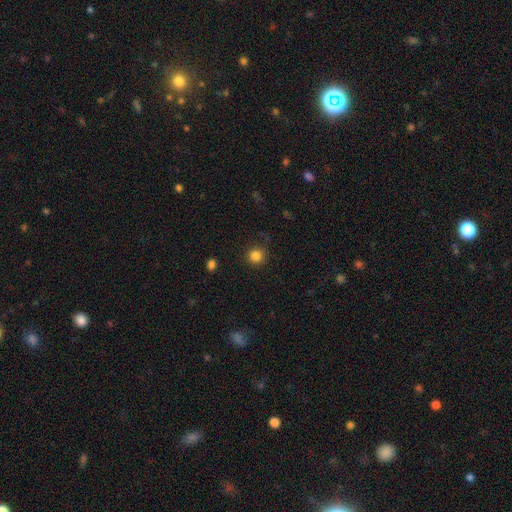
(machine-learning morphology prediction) Smooth or featured: smooth — 83% (star or artifact — 12%)
How rounded: round — 93% (in between — 6%)
Merging: none — 87% (minor disturbance — 9%)